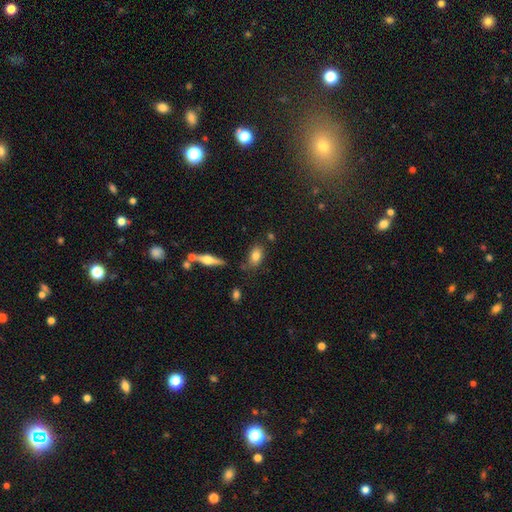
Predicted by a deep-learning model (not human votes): This is likely a smooth galaxy (77%). How rounded: clearly in between (83%). Merging: likely none (73%).